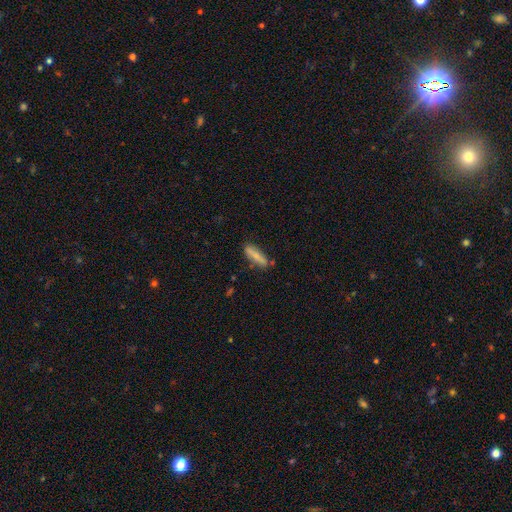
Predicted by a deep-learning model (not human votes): Smooth or featured: smooth — 80% (featured or disk — 13%)
How rounded: cigar-shaped — 71% (in between — 27%)
Merging: none — 76% (minor disturbance — 16%)